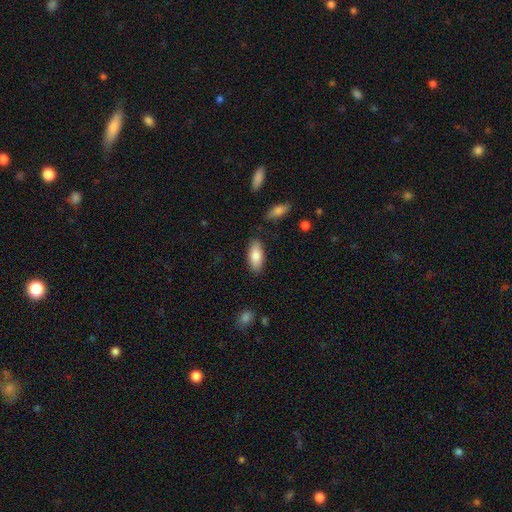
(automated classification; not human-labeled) The model was most divided on "how rounded": in between: 84%, cigar-shaped: 14%, round: 2%. More confident: merging — none (85%); smooth or featured — smooth (82%).